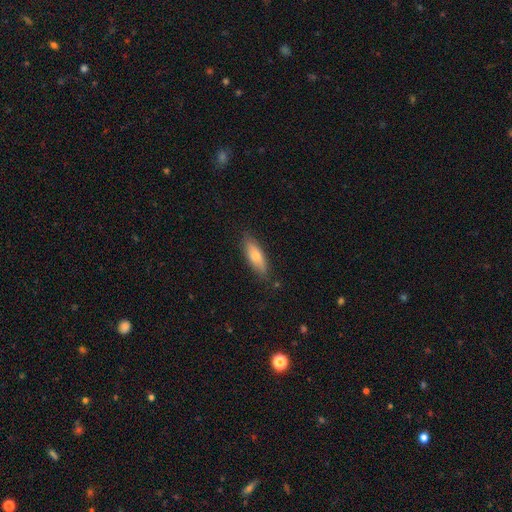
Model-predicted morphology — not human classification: A smooth galaxy with no disk features (75%) that is in between round and cigar-shaped (55%). Merging: none (80%).